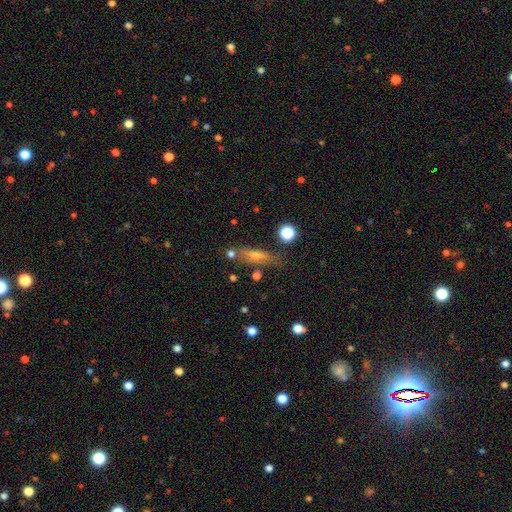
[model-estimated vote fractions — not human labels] Smooth or featured: smooth — 44% (featured or disk — 43%)
Merging: none — 71% (minor disturbance — 16%)